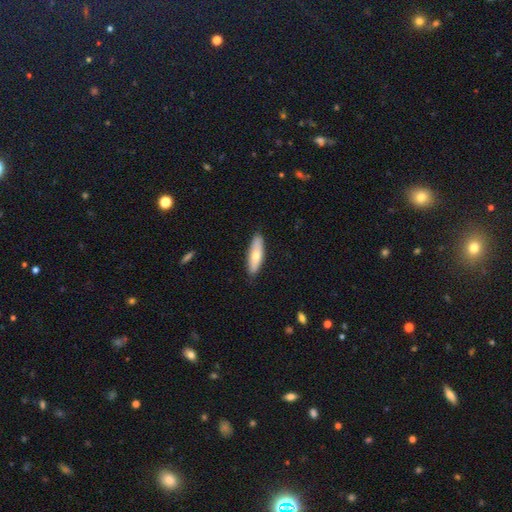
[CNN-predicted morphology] The model was most divided on "how rounded": in between: 50%, cigar-shaped: 48%, round: 2%. More confident: merging — none (86%); smooth or featured — smooth (67%).